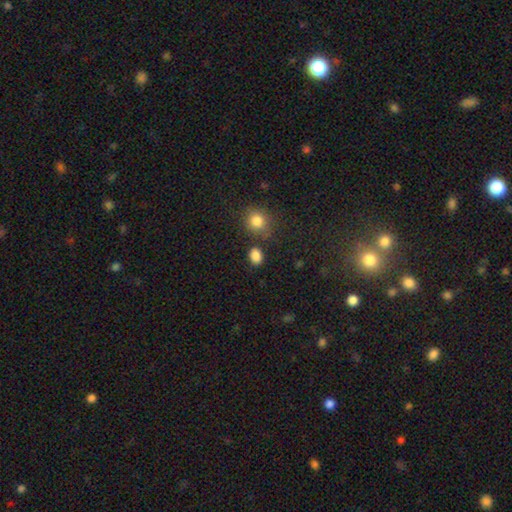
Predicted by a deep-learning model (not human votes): A smooth galaxy with no disk features (85%) that is in between round and cigar-shaped (66%). Merging: none (77%).